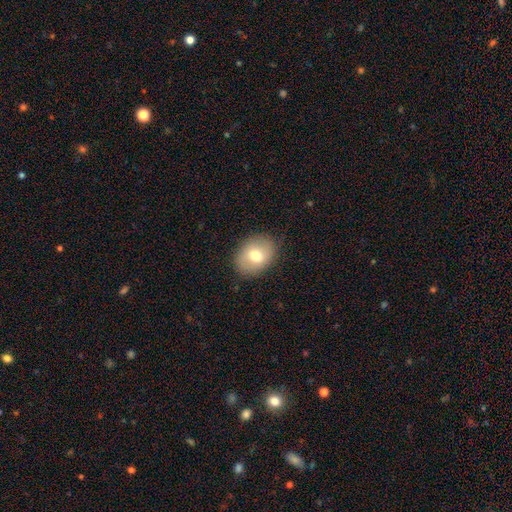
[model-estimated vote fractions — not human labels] Q: Smooth or featured?
A: smooth (69%); runner-up: featured or disk (23%)
Q: How rounded?
A: in between (64%); runner-up: round (35%)
Q: Merging?
A: none (84%); runner-up: minor disturbance (12%)